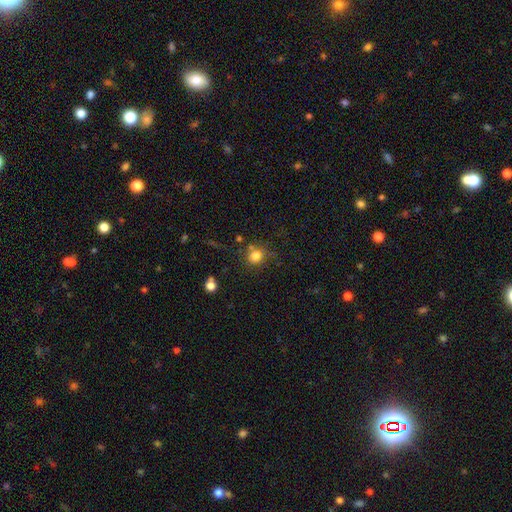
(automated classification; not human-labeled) Smooth or featured? smooth (80%)
How rounded? round (81%)
Merging? none (68%)